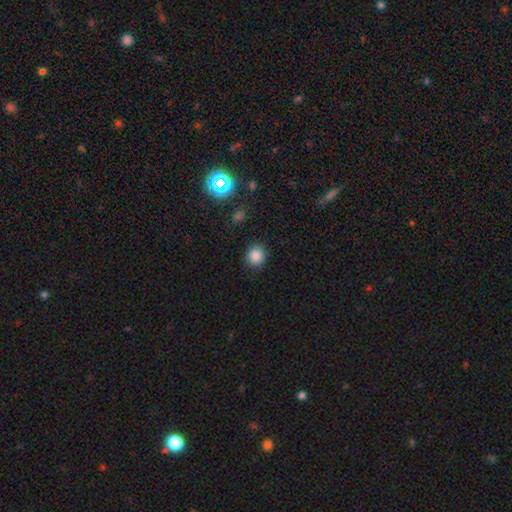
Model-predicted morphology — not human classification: A smooth galaxy with no disk features (85%) that is round (86%). Merging: none (88%).